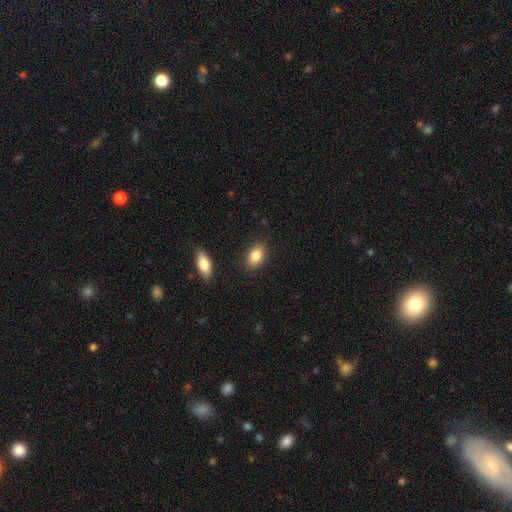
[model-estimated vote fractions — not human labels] A smooth galaxy with no disk features (85%) that is in between round and cigar-shaped (88%).

Vote fractions:
- Smooth or featured? smooth: 85% / featured or disk: 8% / star or artifact: 7%
- How rounded? in between: 88% / round: 9% / cigar-shaped: 3%
- Merging? none: 85% / minor disturbance: 10% / major disturbance: 2% / merger: 2%